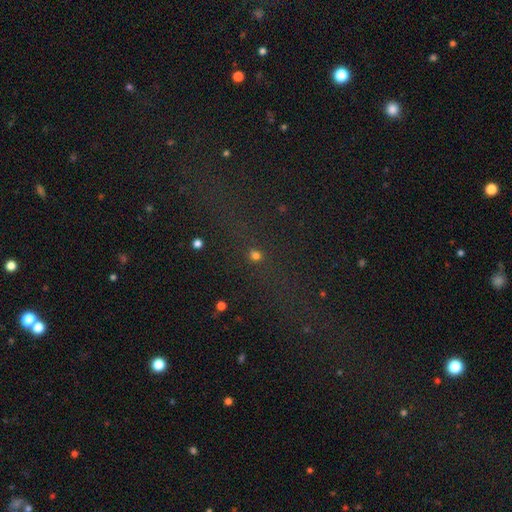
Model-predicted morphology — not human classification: Smooth or featured? smooth (68%)
How rounded? round (72%)
Merging? none (75%)